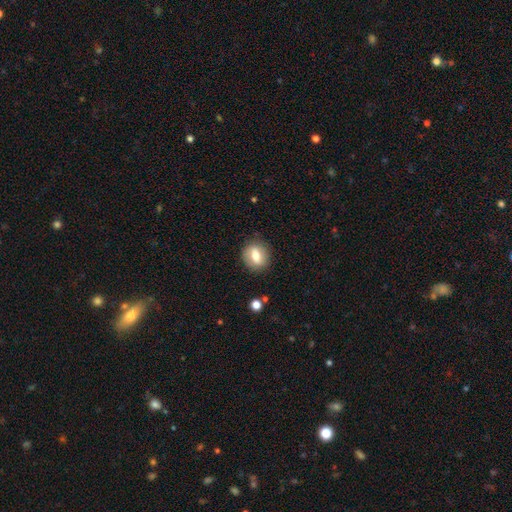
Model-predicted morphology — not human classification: smooth 66%, featured or disk 26%, star or artifact 8%. Down the decision tree: how rounded — round (63%); merging — none (85%).